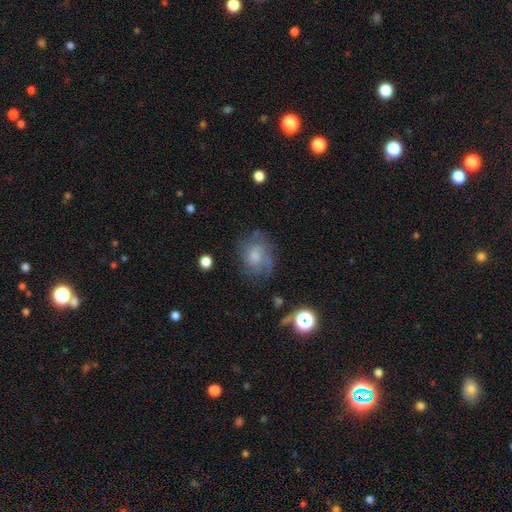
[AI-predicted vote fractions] Smooth or featured? featured or disk (61%)
Edge-on disk? no (97%)
Bar? no (69%)
Spiral arms? yes (87%)
Spiral winding? medium (41%)
Spiral arm count? can't tell (39%)
Bulge size? small (40%)
Merging? none (62%)